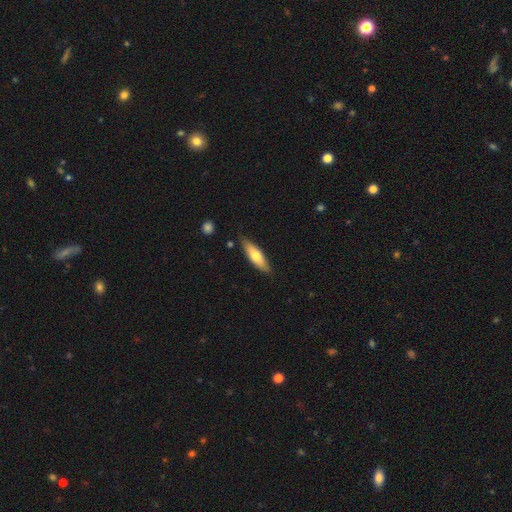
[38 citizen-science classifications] A smooth galaxy with no disk features (63%) that is in between round and cigar-shaped (58%). Merging: none (86%).